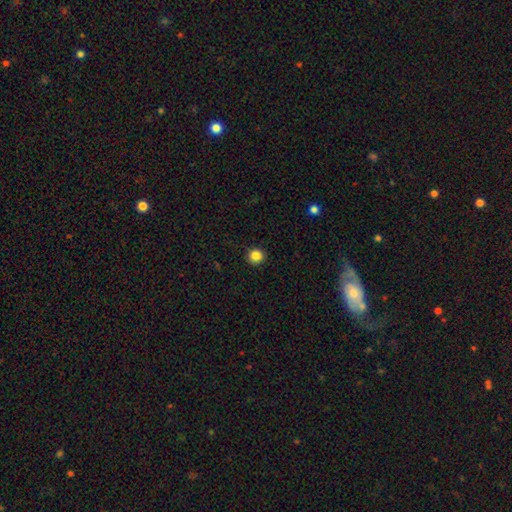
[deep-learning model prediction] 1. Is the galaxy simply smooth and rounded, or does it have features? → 85% smooth, 11% star or artifact, 4% featured or disk.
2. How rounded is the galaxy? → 91% round, 8% in between, 1% cigar-shaped.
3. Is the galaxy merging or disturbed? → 91% none, 6% minor disturbance, 2% major disturbance, 1% merger.